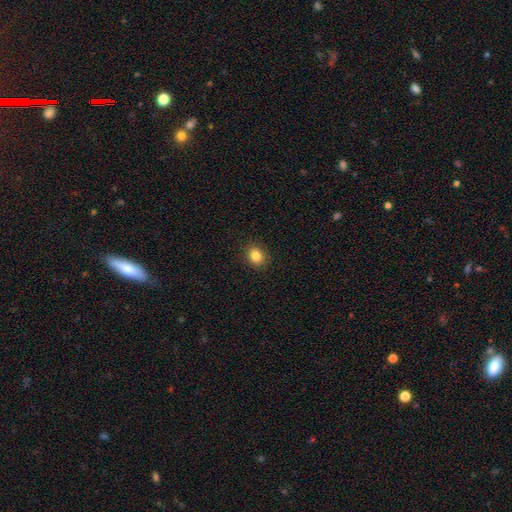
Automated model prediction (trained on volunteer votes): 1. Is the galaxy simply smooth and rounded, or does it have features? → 84% smooth, 11% star or artifact, 5% featured or disk.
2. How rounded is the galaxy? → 59% round, 40% in between, 1% cigar-shaped.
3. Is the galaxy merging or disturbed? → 90% none, 7% minor disturbance, 2% major disturbance, 1% merger.